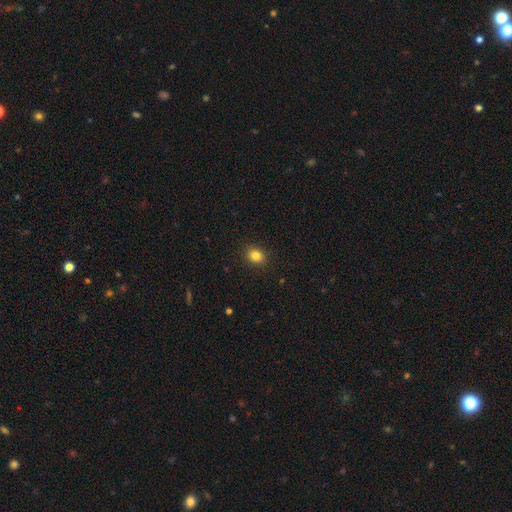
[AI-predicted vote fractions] Smooth or featured: smooth — 84% (star or artifact — 11%)
How rounded: round — 52% (in between — 47%)
Merging: none — 90% (minor disturbance — 7%)